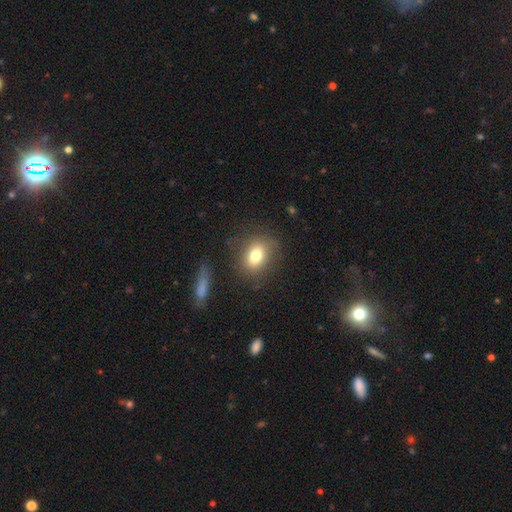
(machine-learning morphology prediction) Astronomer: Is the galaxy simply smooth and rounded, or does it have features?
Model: smooth — 77%.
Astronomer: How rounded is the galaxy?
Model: in between — 60% (runner-up: round, 38%).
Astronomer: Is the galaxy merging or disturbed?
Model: none — 79%.